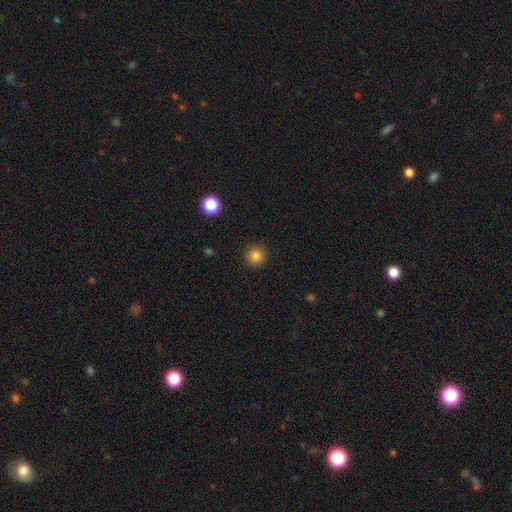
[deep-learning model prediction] Smooth or featured? smooth (85%)
How rounded? round (94%)
Merging? none (91%)